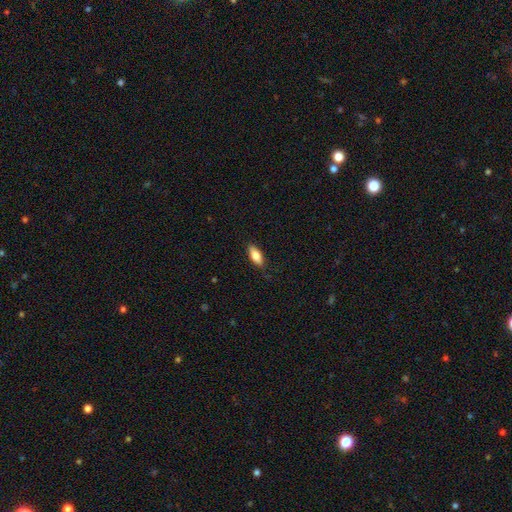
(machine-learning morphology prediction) smooth 80%, featured or disk 13%, star or artifact 6%. Down the decision tree: how rounded — in between (80%); merging — none (85%).